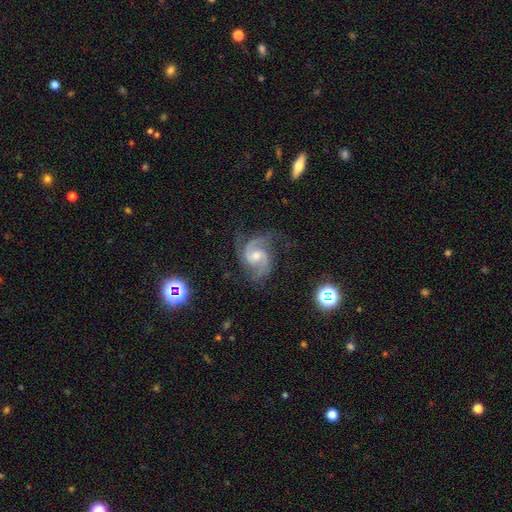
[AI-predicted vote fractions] Smooth or featured: featured or disk — 91% (star or artifact — 5%)
Edge-on disk: no — 98% (yes — 2%)
Bar: no — 50% (weak — 42%)
Spiral arms: yes — 98% (no — 2%)
Spiral winding: medium — 61% (tight — 22%)
Spiral arm count: 2 — 81% (3 — 10%)
Bulge size: moderate — 54% (small — 38%)
Merging: none — 70% (minor disturbance — 19%)